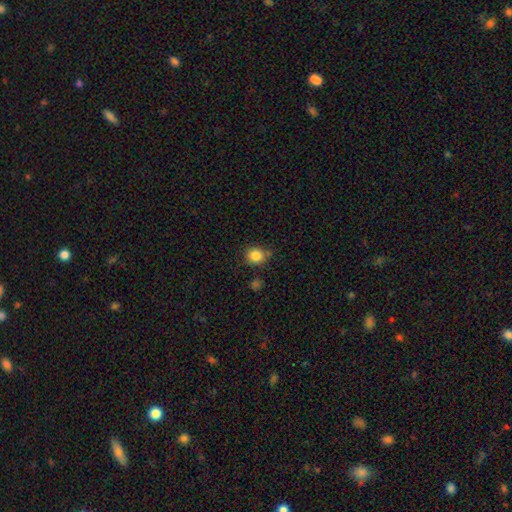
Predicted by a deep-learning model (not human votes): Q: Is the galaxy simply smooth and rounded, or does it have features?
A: smooth — 85%.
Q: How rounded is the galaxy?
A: round — 78%.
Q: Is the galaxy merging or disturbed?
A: none — 77%.